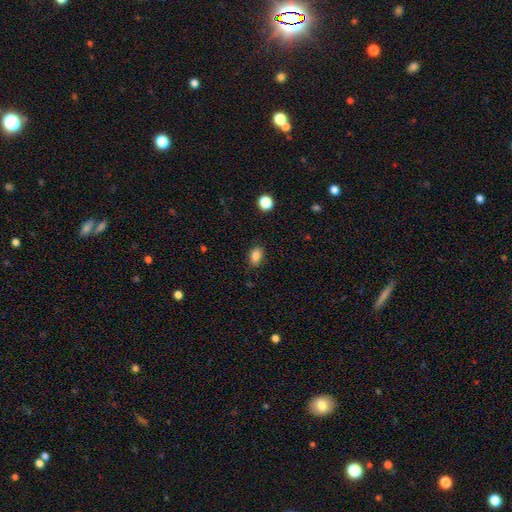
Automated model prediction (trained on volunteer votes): Smooth or featured?
  - smooth: 85% *
  - star or artifact: 10%
  - featured or disk: 5%
How rounded?
  - in between: 81% *
  - round: 18%
  - cigar-shaped: 2%
Merging?
  - none: 84% *
  - minor disturbance: 12%
  - major disturbance: 3%
  - merger: 1%